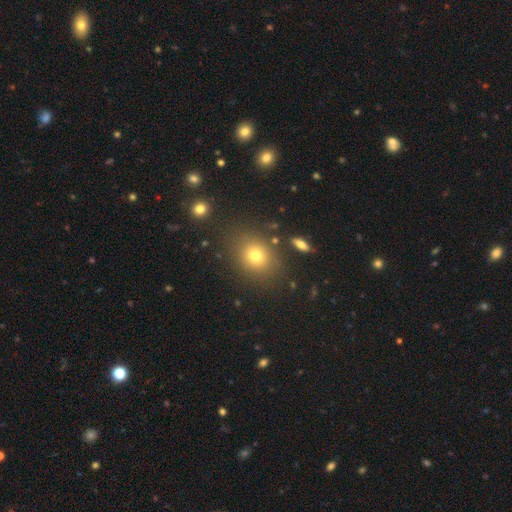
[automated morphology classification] Smooth or featured: smooth — 74% (star or artifact — 16%)
How rounded: round — 63% (in between — 36%)
Merging: none — 81% (minor disturbance — 10%)